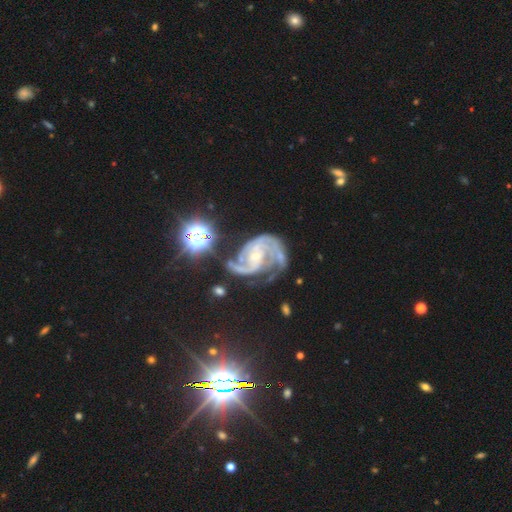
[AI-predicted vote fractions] This is clearly a featured or disk galaxy (88%). It is clearly not viewed edge-on (98%). Bar: possibly no (52%). Spiral arm pattern: clearly yes (97%). Spiral arm count: likely 2 (61%). Spiral winding: possibly medium (51%). Central bulge: likely small (70%). Merging: marginally none (43%).